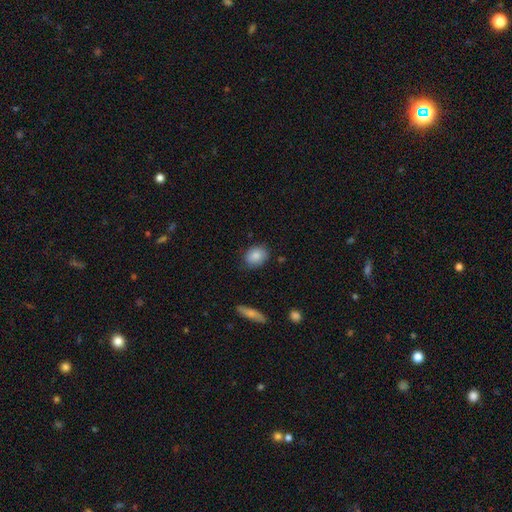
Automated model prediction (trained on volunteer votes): This appears to be a smooth galaxy with no disk features (86%) that is in between round and cigar-shaped (60%). Merging: none (81%).